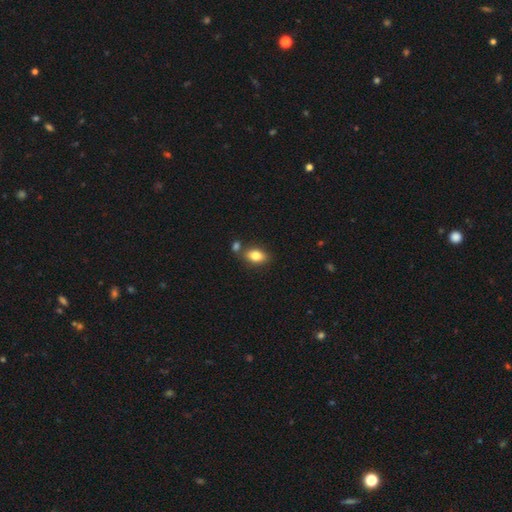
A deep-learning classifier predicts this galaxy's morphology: A smooth galaxy with no disk features (81%) that is in between round and cigar-shaped (85%).

Vote fractions:
- Smooth or featured? smooth: 81% / featured or disk: 10% / star or artifact: 9%
- How rounded? in between: 85% / round: 13% / cigar-shaped: 3%
- Merging? none: 69% / merger: 16% / minor disturbance: 12% / major disturbance: 3%